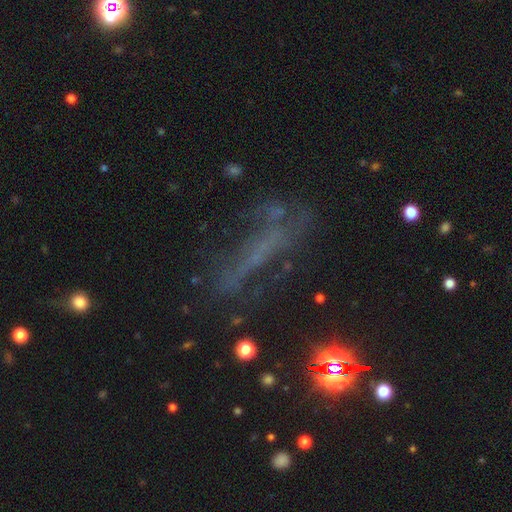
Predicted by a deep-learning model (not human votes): smooth_or_featured: featured or disk (p=0.44) [alt: star or artifact p=0.28]
merging: none (p=0.50) [alt: major disturbance p=0.23]